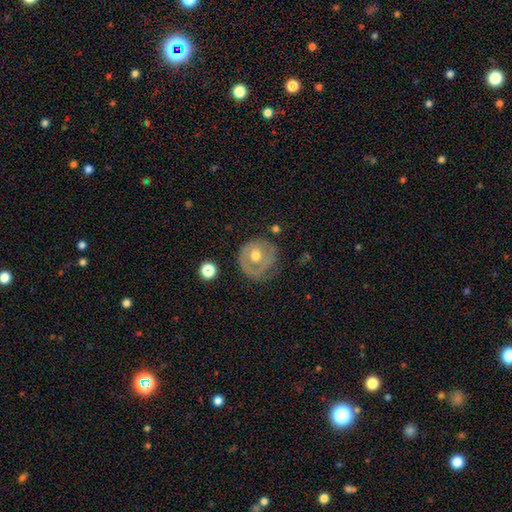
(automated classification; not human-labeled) featured or disk 57%, smooth 35%, star or artifact 8%. Down the decision tree: edge-on disk — no (96%); bar — no (79%); spiral arms — no (58%); bulge size — moderate (75%); merging — none (62%).